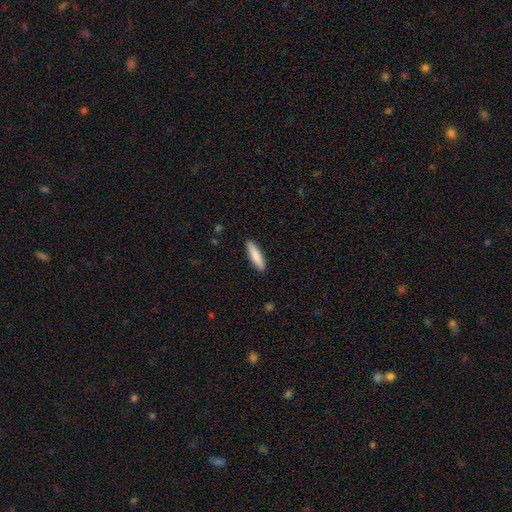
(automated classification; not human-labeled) This is clearly a smooth galaxy (86%). How rounded: likely cigar-shaped (78%). Merging: clearly none (90%).